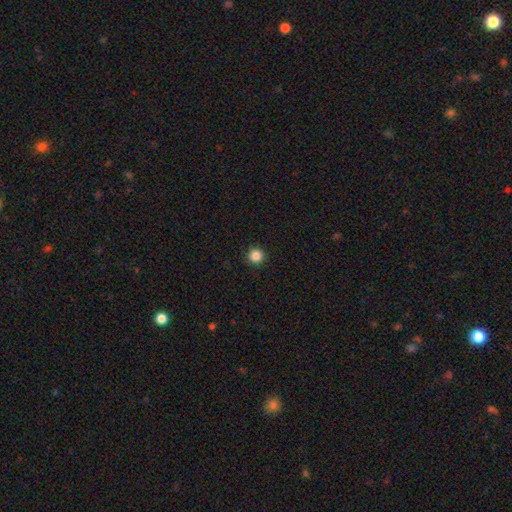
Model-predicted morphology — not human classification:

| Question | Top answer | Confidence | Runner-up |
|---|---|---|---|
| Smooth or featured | smooth | 85% | star or artifact (12%) |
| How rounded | round | 96% | in between (3%) |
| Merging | none | 92% | minor disturbance (5%) |